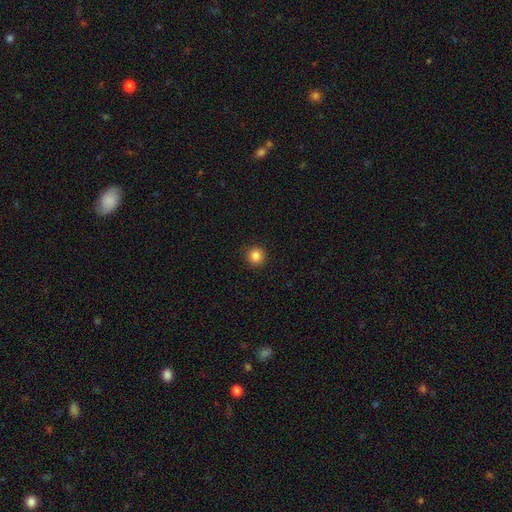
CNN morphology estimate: type=smooth (85%); roundness=round (95%); merging=none (92%).